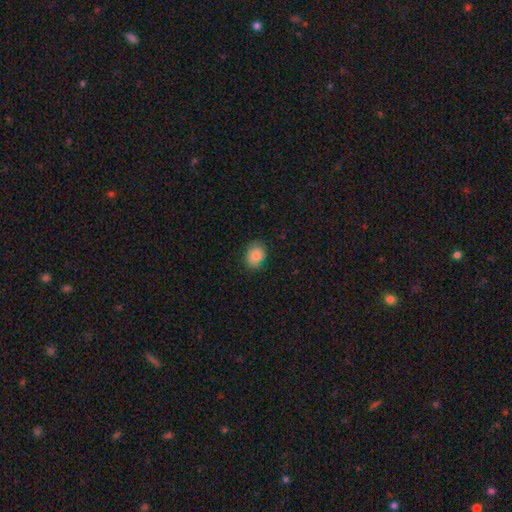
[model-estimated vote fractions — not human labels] Smooth or featured? Predicted: smooth (p=0.85). How rounded? Predicted: in between (p=0.56). Merging? Predicted: none (p=0.82).